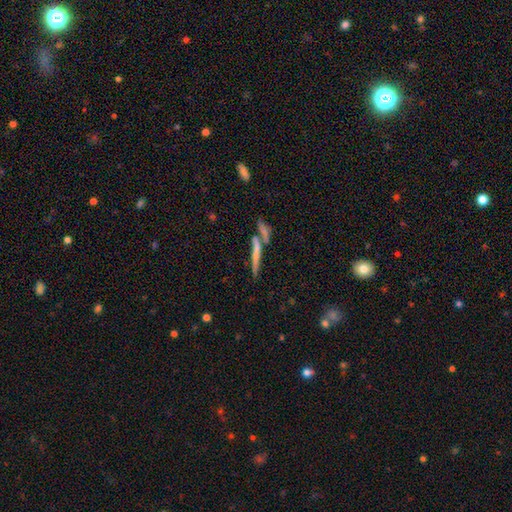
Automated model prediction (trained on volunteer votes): Smooth or featured? Predicted: featured or disk (p=0.47). Merging? Predicted: none (p=0.63).